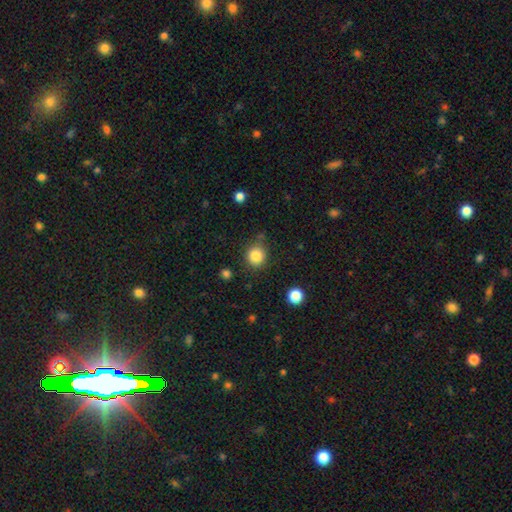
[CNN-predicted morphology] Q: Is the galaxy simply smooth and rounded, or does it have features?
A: smooth — 85%.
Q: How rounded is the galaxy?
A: round — 85%.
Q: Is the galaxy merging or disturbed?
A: none — 77%.